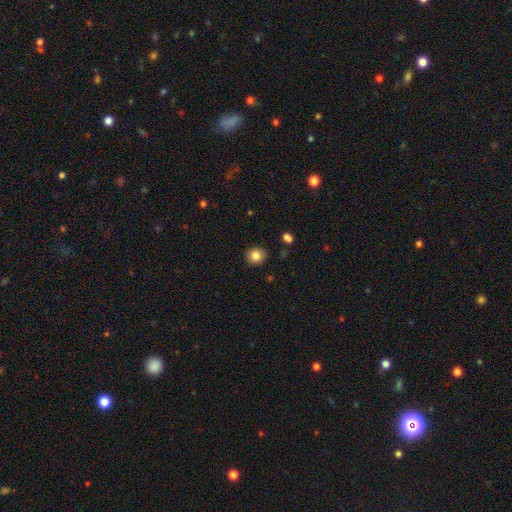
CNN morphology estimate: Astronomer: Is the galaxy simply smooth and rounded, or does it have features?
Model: smooth — 83%.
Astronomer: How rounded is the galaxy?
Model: round — 85%.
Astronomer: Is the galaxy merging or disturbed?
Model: none — 90%.